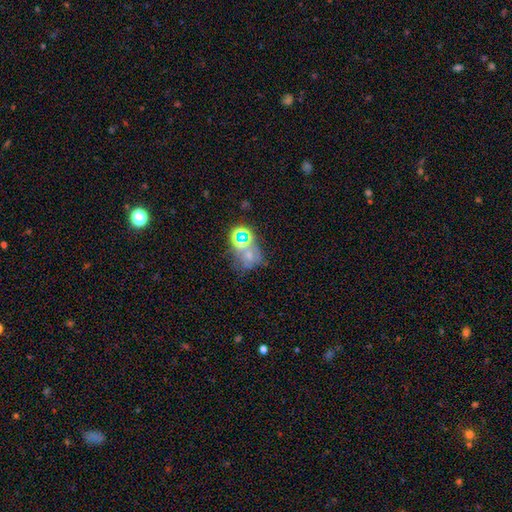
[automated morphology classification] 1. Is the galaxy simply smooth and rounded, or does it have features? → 45% smooth, 29% featured or disk, 26% star or artifact.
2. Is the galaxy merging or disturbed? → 50% merger, 30% none, 10% major disturbance, 10% minor disturbance.